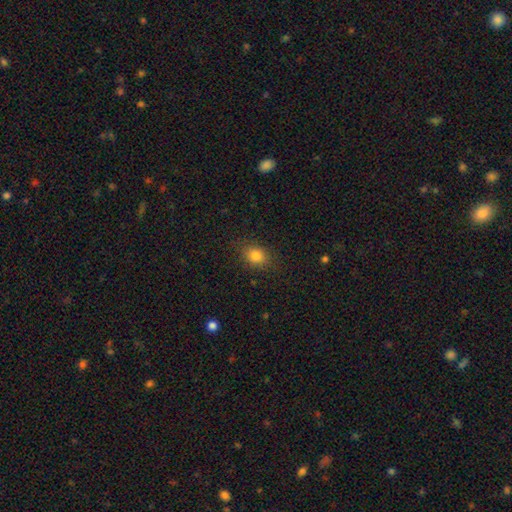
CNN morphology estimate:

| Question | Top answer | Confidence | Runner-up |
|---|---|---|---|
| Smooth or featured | smooth | 83% | star or artifact (11%) |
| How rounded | in between | 50% | round (49%) |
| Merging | none | 84% | minor disturbance (11%) |